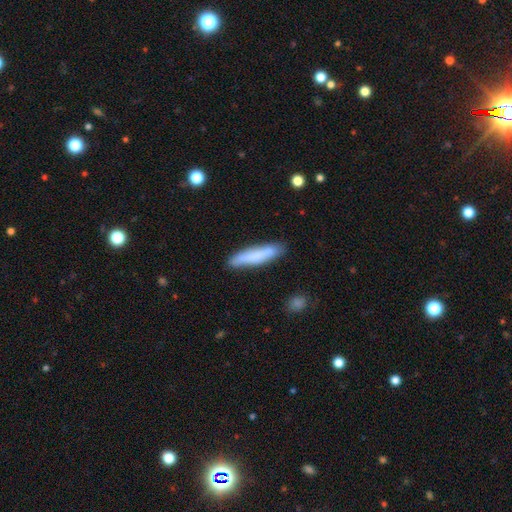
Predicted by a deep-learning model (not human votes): Overall: smooth (75%). How rounded: cigar-shaped (86%). Merging: none (83%).